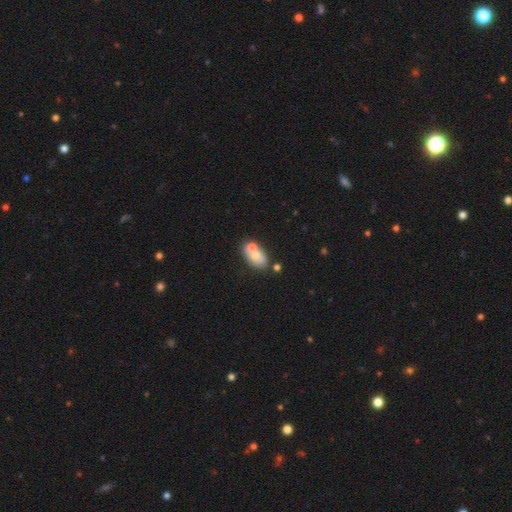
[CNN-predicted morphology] type=smooth (67%); roundness=in between (88%); merging=none (47%).